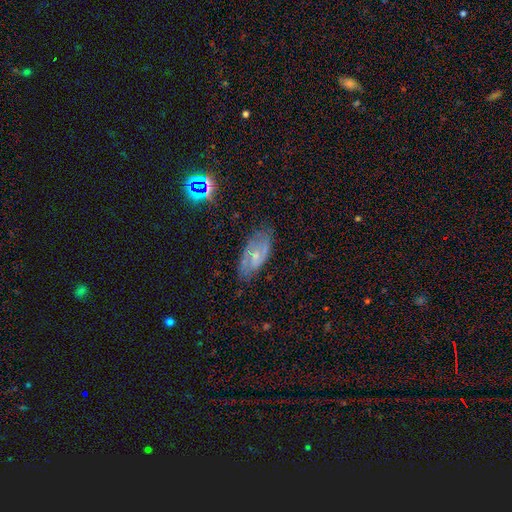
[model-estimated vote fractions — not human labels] A featured or disk galaxy (64%) with no bar (50%), spiral arms (80%) and a small central bulge (59%).

Vote fractions:
- Smooth or featured? featured or disk: 64% / smooth: 25% / star or artifact: 11%
- Edge-on disk? no: 91% / yes: 9%
- Bar? no: 50% / weak: 41% / strong: 9%
- Spiral arms? yes: 80% / no: 20%
- Bulge size? small: 59% / moderate: 33% / none: 6% / large: 2% / dominant: 1%
- Merging? none: 70% / minor disturbance: 22% / major disturbance: 6% / merger: 2%